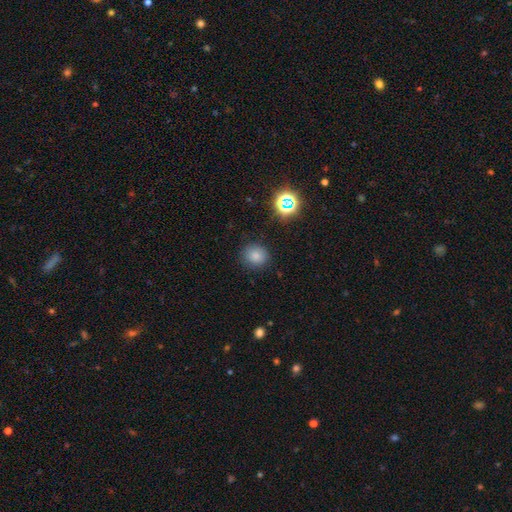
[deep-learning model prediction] This is likely a smooth galaxy (78%). How rounded: clearly round (84%). Merging: clearly none (87%).